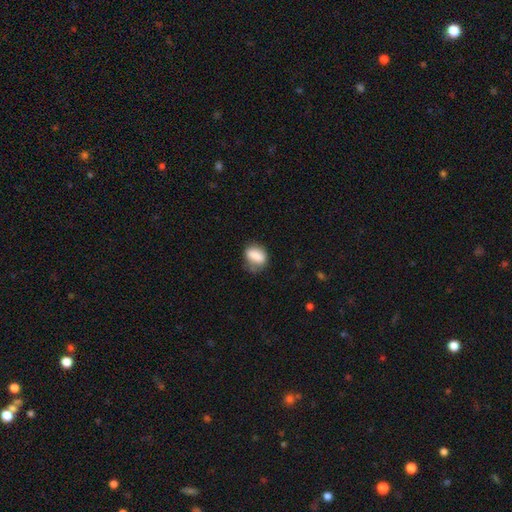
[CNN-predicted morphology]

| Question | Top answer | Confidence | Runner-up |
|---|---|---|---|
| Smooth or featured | smooth | 82% | featured or disk (10%) |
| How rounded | in between | 73% | round (25%) |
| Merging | none | 56% | minor disturbance (31%) |